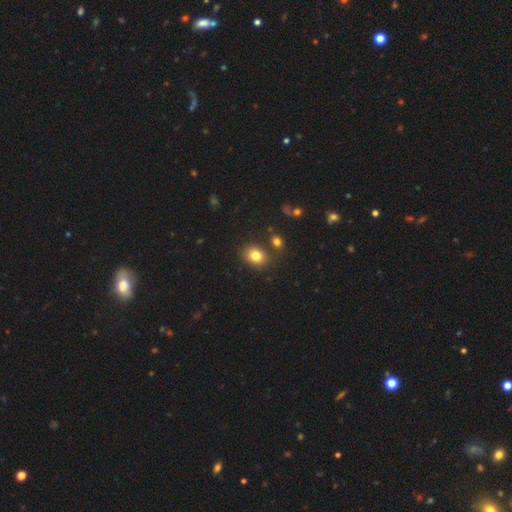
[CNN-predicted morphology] The model was most divided on "how rounded": in between: 52%, round: 47%, cigar-shaped: 1%. More confident: smooth or featured — smooth (80%); merging — none (78%).